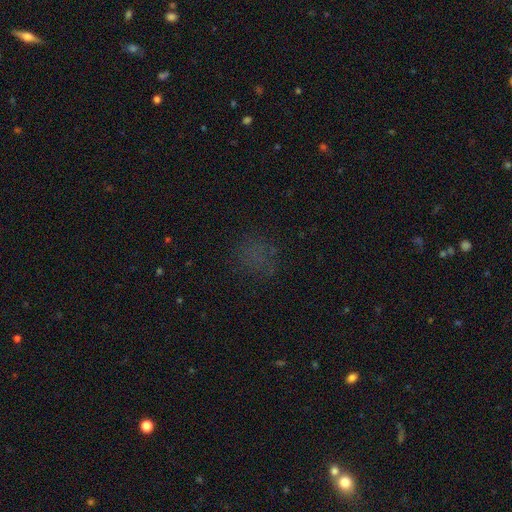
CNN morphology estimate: smooth 53%, star or artifact 36%, featured or disk 11%. Down the decision tree: how rounded — round (80%); merging — none (76%).